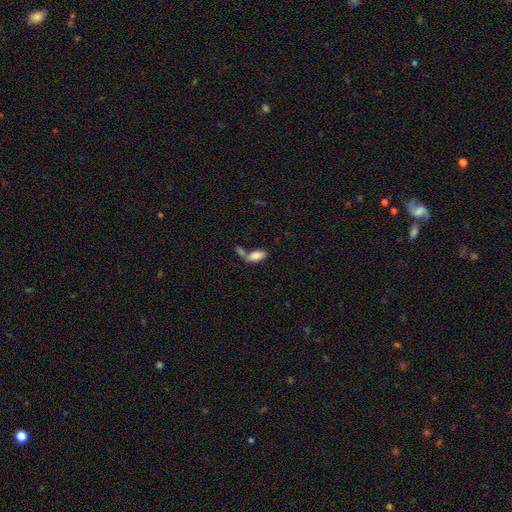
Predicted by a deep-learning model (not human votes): Smooth or featured?
  - smooth: 84% *
  - featured or disk: 8%
  - star or artifact: 7%
How rounded?
  - in between: 89% *
  - cigar-shaped: 9%
  - round: 2%
Merging?
  - none: 43% *
  - merger: 39%
  - minor disturbance: 12%
  - major disturbance: 5%